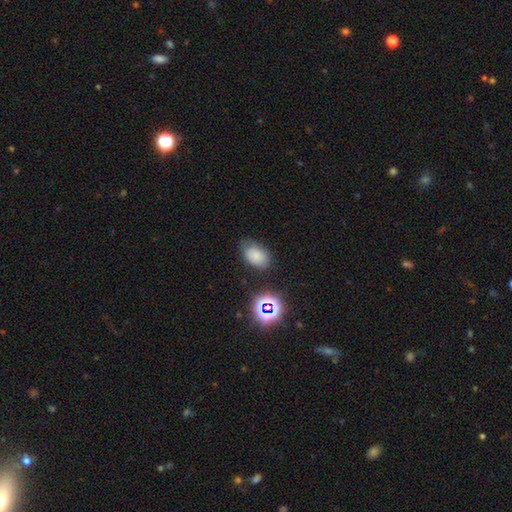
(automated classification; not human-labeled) This is likely a smooth galaxy (73%). How rounded: clearly in between (86%). Merging: likely none (65%).